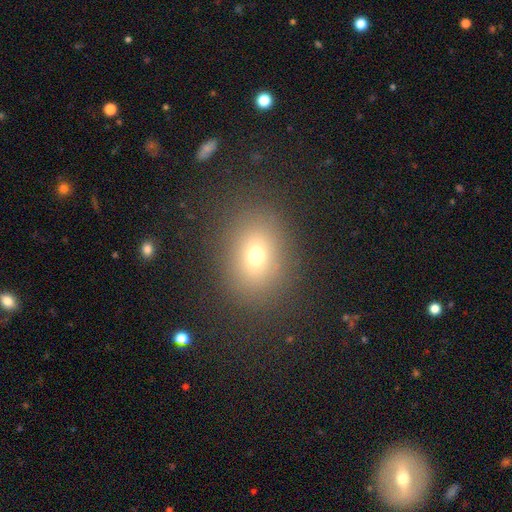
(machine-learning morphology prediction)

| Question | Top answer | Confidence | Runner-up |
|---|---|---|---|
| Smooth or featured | smooth | 69% | star or artifact (18%) |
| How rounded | in between | 54% | round (45%) |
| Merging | none | 85% | minor disturbance (9%) |